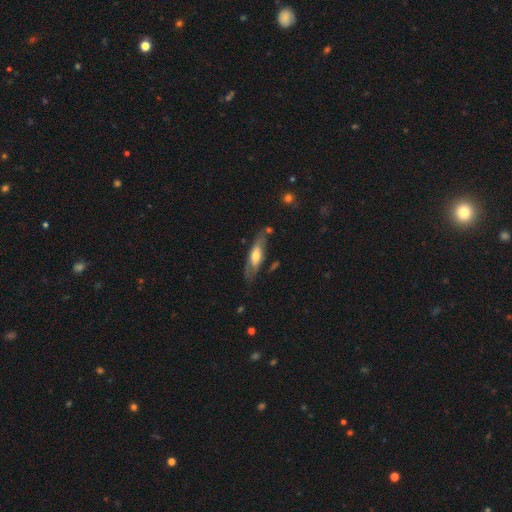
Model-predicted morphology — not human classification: Q: Smooth or featured?
A: featured or disk (47%); tied with: smooth (47%)
Q: Merging?
A: none (70%); runner-up: minor disturbance (20%)